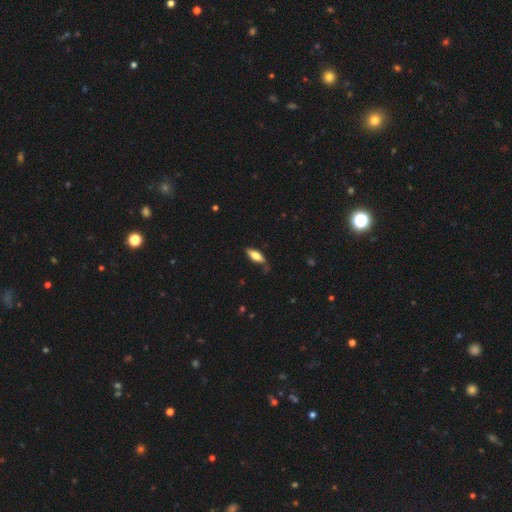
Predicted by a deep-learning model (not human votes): smooth 70%, featured or disk 24%, star or artifact 6%. Down the decision tree: how rounded — in between (68%); merging — none (75%).